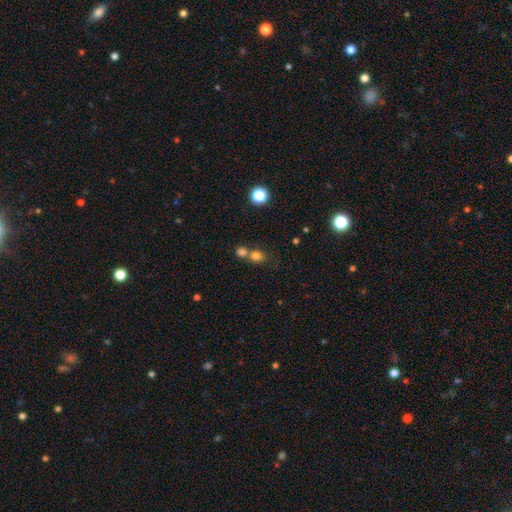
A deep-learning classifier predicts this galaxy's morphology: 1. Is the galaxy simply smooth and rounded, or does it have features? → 77% smooth, 15% star or artifact, 8% featured or disk.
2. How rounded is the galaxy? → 52% round, 46% in between, 2% cigar-shaped.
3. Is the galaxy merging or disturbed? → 48% merger, 41% none, 8% minor disturbance, 4% major disturbance.